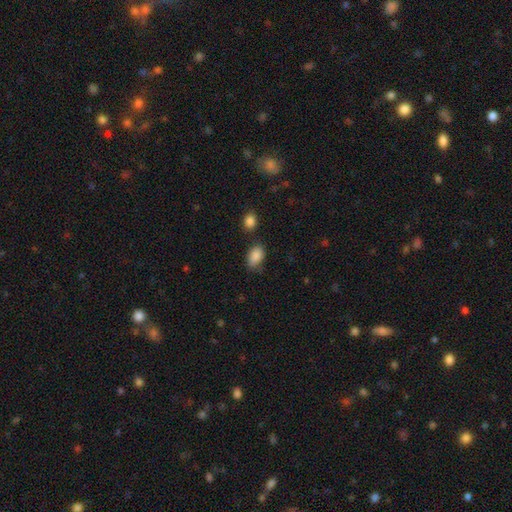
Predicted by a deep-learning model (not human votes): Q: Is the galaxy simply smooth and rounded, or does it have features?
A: smooth — 87%.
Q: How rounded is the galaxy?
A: in between — 88%.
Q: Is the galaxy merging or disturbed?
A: none — 64%.